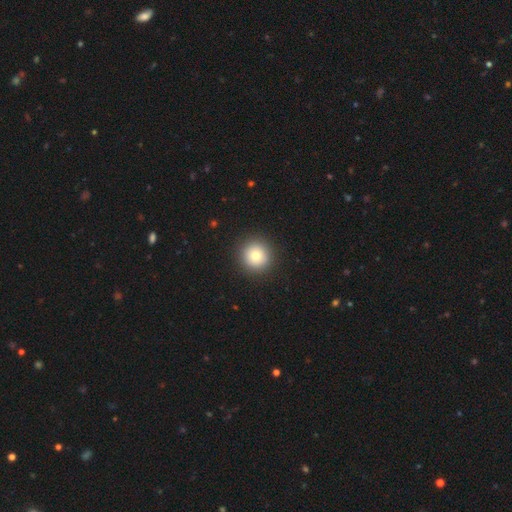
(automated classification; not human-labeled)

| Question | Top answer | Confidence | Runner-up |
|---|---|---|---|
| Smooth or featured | smooth | 78% | featured or disk (11%) |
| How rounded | round | 95% | in between (4%) |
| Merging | none | 92% | minor disturbance (5%) |